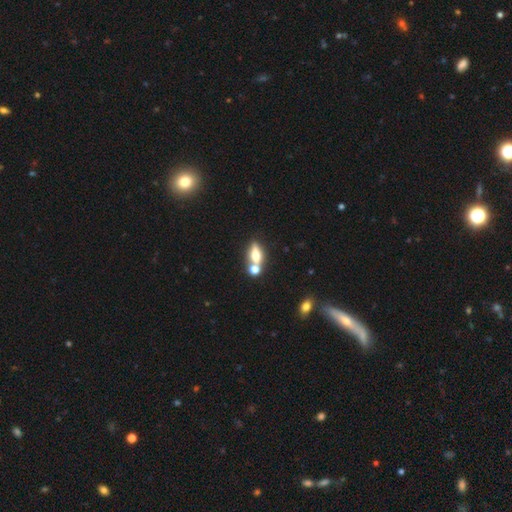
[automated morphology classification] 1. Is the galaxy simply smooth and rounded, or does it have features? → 59% smooth, 29% featured or disk, 12% star or artifact.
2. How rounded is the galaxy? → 61% in between, 25% cigar-shaped, 14% round.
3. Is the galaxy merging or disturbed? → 49% none, 33% merger, 12% minor disturbance, 6% major disturbance.